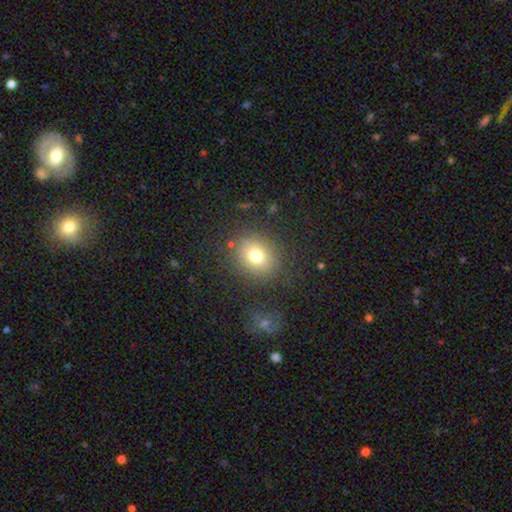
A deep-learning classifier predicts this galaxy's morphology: Smooth or featured? smooth (74%)
How rounded? round (67%)
Merging? none (84%)